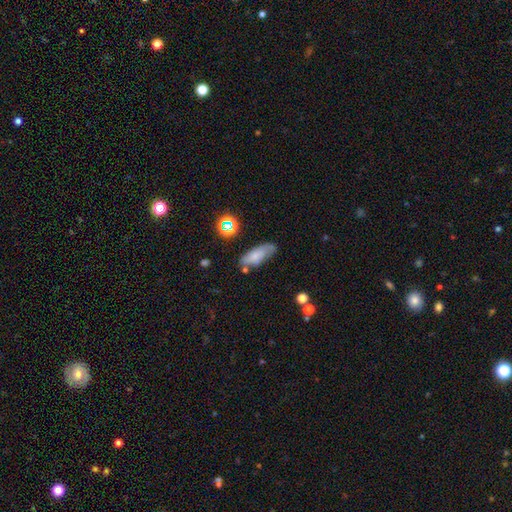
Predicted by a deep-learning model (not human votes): A smooth galaxy with no disk features (70%) that is in between round and cigar-shaped (72%).

Vote fractions:
- Smooth or featured? smooth: 70% / featured or disk: 20% / star or artifact: 11%
- How rounded? in between: 72% / cigar-shaped: 24% / round: 3%
- Merging? none: 59% / minor disturbance: 26% / major disturbance: 8% / merger: 7%